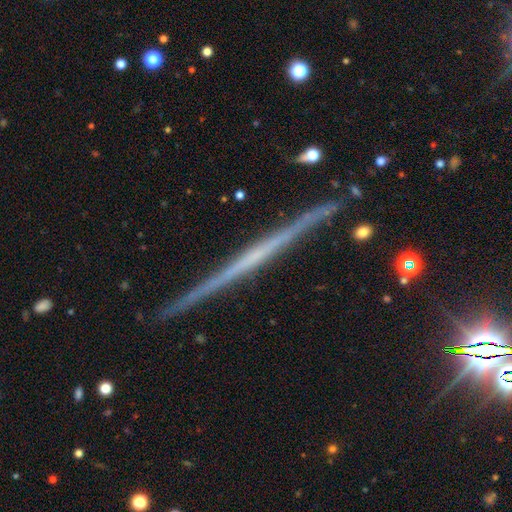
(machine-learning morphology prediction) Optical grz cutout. It shows a featured or disk galaxy (76%) viewed edge-on (98%) with no central bulge (81%). Merging: none (91%).